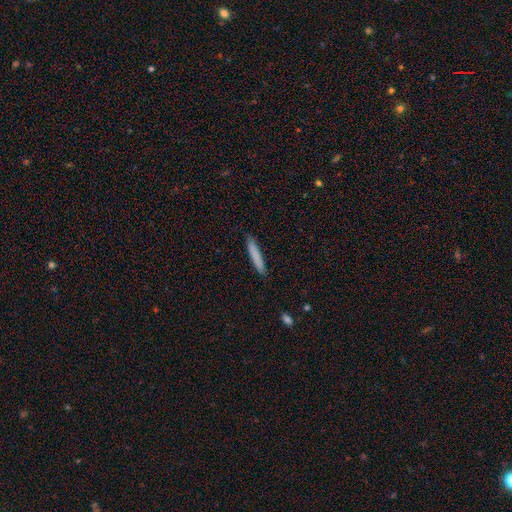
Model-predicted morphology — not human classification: Q: Smooth or featured?
A: smooth (81%); runner-up: featured or disk (13%)
Q: How rounded?
A: cigar-shaped (93%); runner-up: in between (6%)
Q: Merging?
A: none (87%); runner-up: minor disturbance (10%)